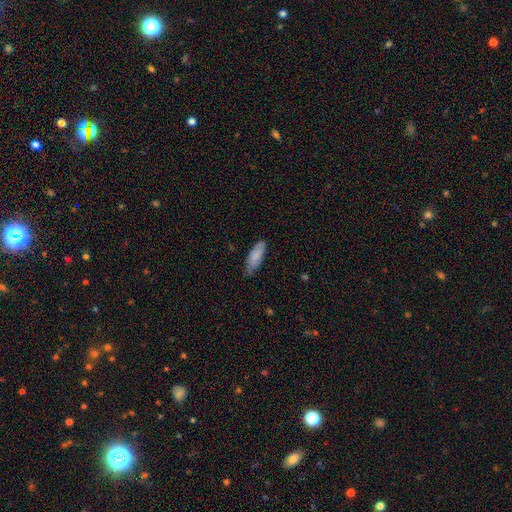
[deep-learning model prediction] smooth-or-featured: smooth: 84% | featured or disk: 10% | star or artifact: 6%
  how-rounded: in between: 63% | cigar-shaped: 36% | round: 2%
  merging: none: 66% | minor disturbance: 28% | major disturbance: 4% | merger: 1%